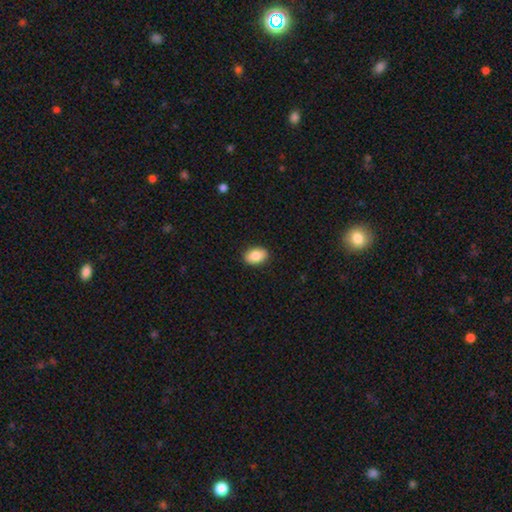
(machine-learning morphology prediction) This is clearly a smooth galaxy (87%). How rounded: clearly in between (86%). Merging: clearly none (90%).